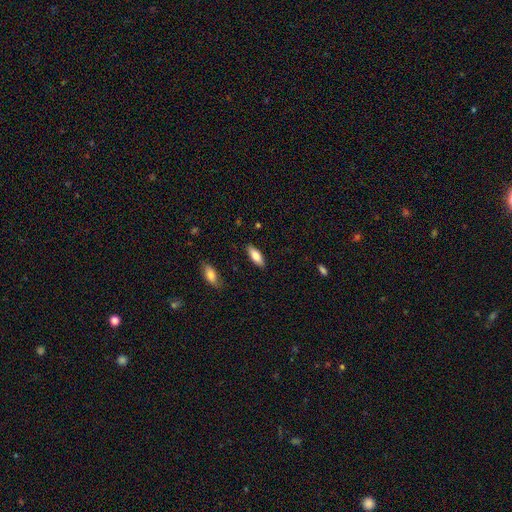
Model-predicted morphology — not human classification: Smooth or featured? Predicted: smooth (p=0.76). How rounded? Predicted: in between (p=0.71). Merging? Predicted: none (p=0.87).